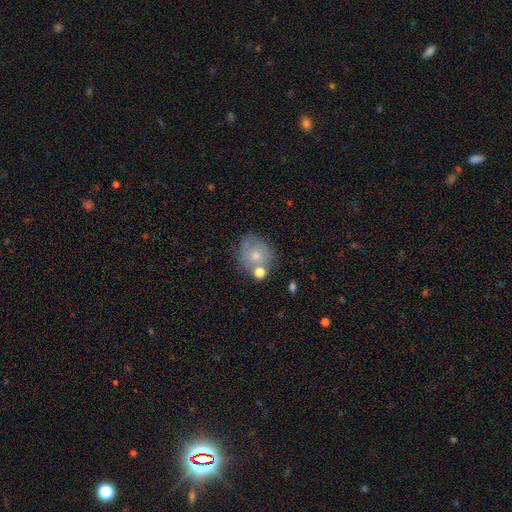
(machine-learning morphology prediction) Q: Smooth or featured?
A: smooth (65%); runner-up: featured or disk (26%)
Q: How rounded?
A: round (78%); runner-up: in between (21%)
Q: Merging?
A: none (57%); runner-up: minor disturbance (19%)